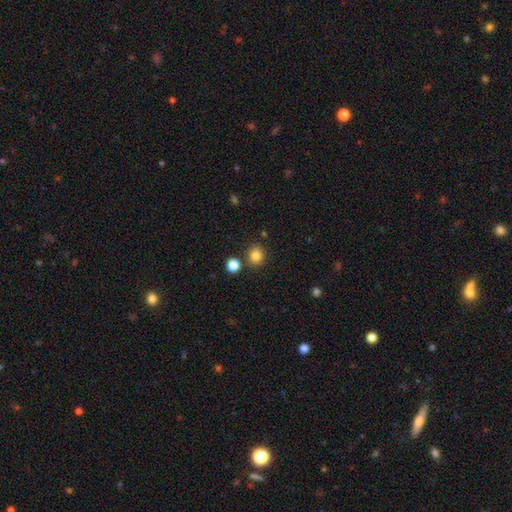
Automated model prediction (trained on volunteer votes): Smooth or featured? Predicted: smooth (p=0.82). How rounded? Predicted: round (p=0.78). Merging? Predicted: none (p=0.80).